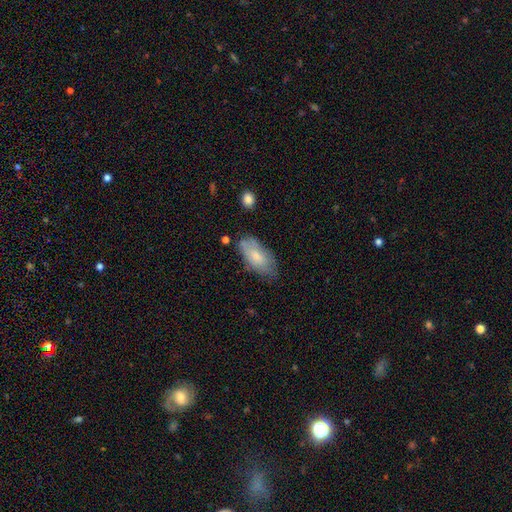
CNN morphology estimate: Smooth or featured? smooth (70%)
How rounded? in between (91%)
Merging? none (61%)